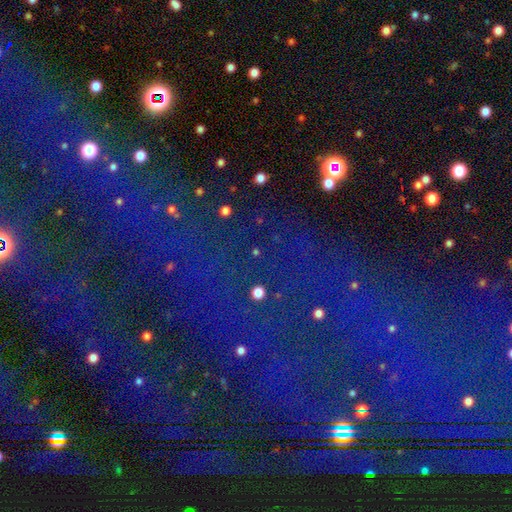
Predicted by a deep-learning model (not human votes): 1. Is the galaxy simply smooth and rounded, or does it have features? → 84% star or artifact, 9% smooth, 7% featured or disk.